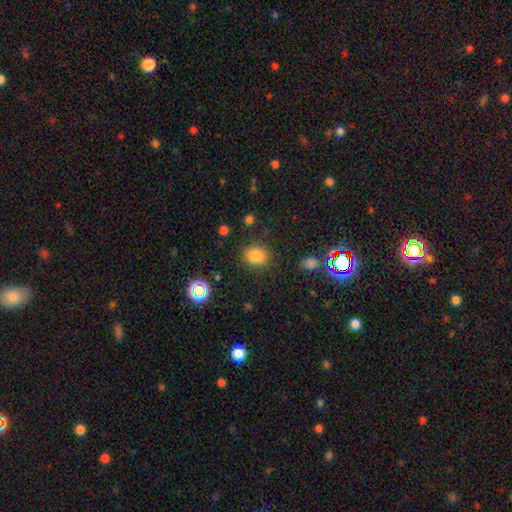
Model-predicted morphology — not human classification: Smooth or featured? Predicted: smooth (p=0.81). How rounded? Predicted: round (p=0.76). Merging? Predicted: none (p=0.83).